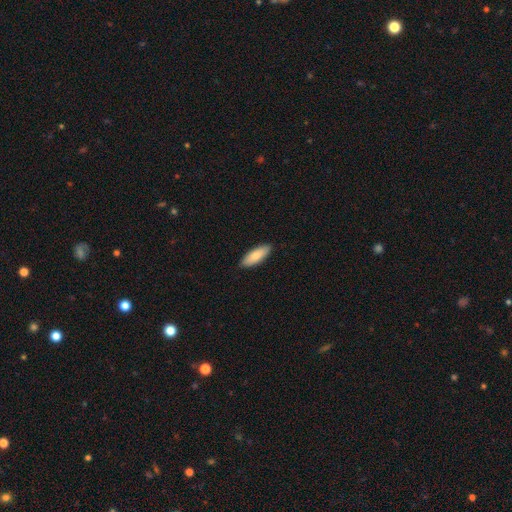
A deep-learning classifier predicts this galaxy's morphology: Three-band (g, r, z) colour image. It shows a smooth galaxy with no disk features (81%) that is in between round and cigar-shaped (66%). Merging: none (89%).